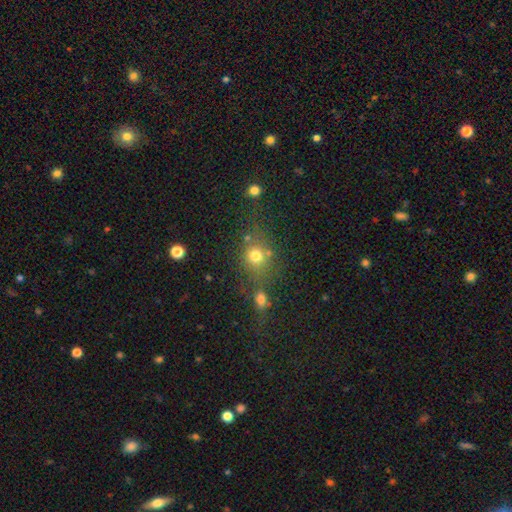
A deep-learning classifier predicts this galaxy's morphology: Smooth or featured?
  - smooth: 71% *
  - star or artifact: 18%
  - featured or disk: 11%
How rounded?
  - round: 71% *
  - in between: 27%
  - cigar-shaped: 2%
Merging?
  - none: 60% *
  - merger: 20%
  - minor disturbance: 13%
  - major disturbance: 7%